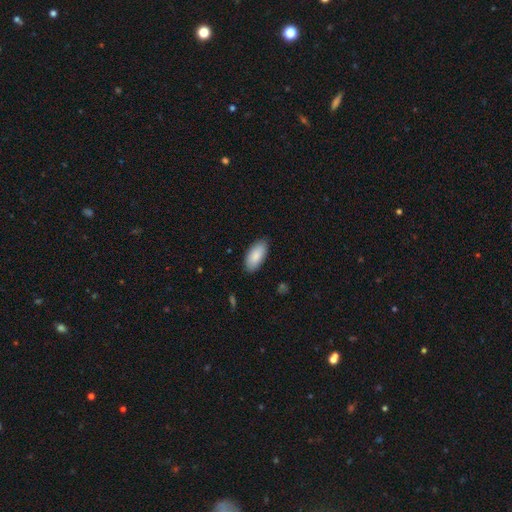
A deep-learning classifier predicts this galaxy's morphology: A smooth galaxy with no disk features (88%) that is in between round and cigar-shaped (92%). Merging: none (86%).